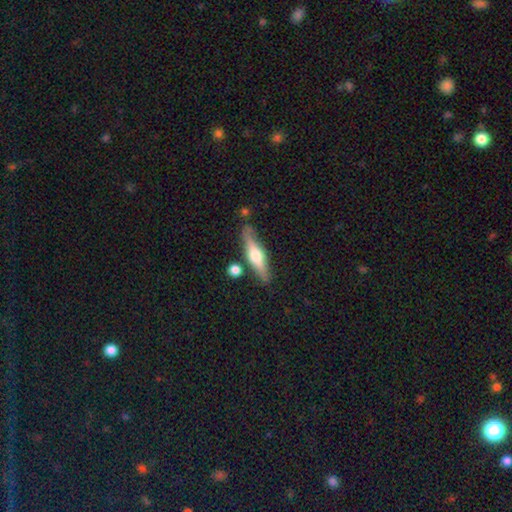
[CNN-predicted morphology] Q: Smooth or featured?
A: featured or disk (55%); runner-up: smooth (39%)
Q: Edge-on disk?
A: yes (93%); runner-up: no (7%)
Q: Edge-on bulge?
A: rounded (89%); runner-up: boxy (7%)
Q: Merging?
A: none (78%); runner-up: minor disturbance (13%)